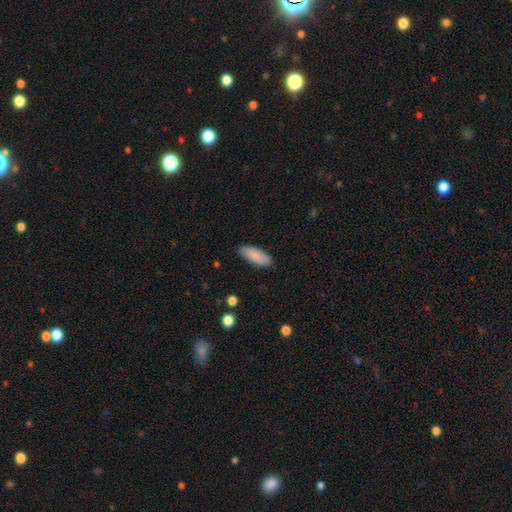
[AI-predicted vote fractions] This is clearly a smooth galaxy (88%). How rounded: likely in between (71%). Merging: clearly none (88%).